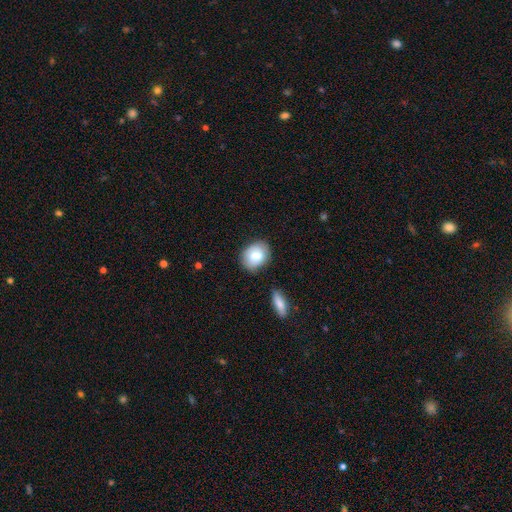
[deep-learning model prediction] Morphology: type=smooth (76%); roundness=in between (63%); merging=none (77%).